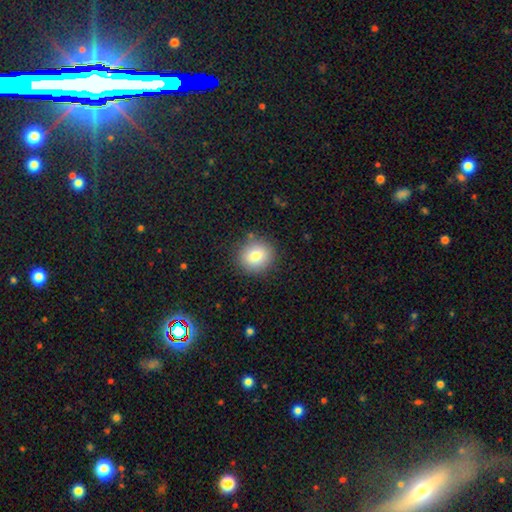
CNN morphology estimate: A smooth galaxy with no disk features (80%) that is round (87%).

Vote fractions:
- Smooth or featured? smooth: 80% / featured or disk: 11% / star or artifact: 10%
- How rounded? round: 87% / in between: 13% / cigar-shaped: 1%
- Merging? none: 85% / minor disturbance: 10% / major disturbance: 3% / merger: 2%